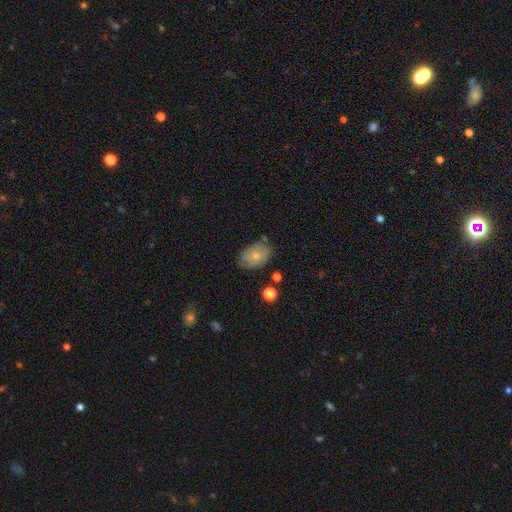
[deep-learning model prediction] A smooth galaxy with no disk features (68%) that is in between round and cigar-shaped (80%).

Vote fractions:
- Smooth or featured? smooth: 68% / featured or disk: 25% / star or artifact: 8%
- How rounded? in between: 80% / round: 19% / cigar-shaped: 1%
- Merging? none: 70% / minor disturbance: 22% / major disturbance: 5% / merger: 3%